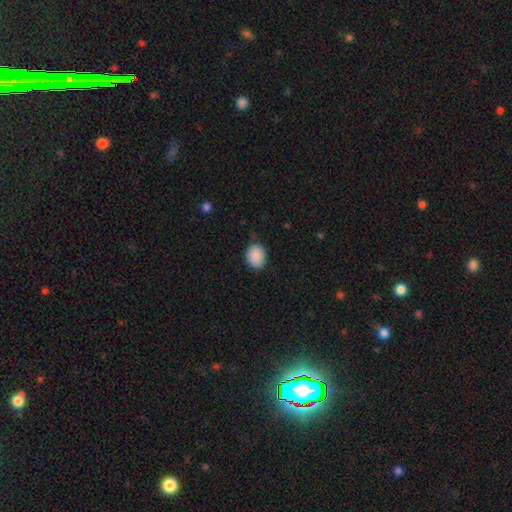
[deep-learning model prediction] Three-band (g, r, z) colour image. It shows a smooth galaxy with no disk features (89%) that is round (50%). Merging: none (76%).